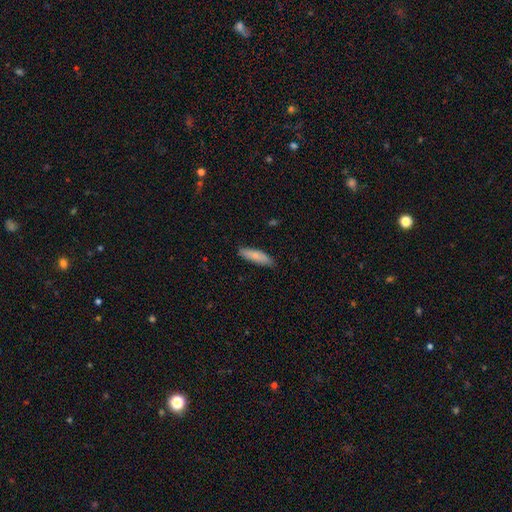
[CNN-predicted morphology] type=smooth (79%); roundness=cigar-shaped (65%); merging=none (85%).